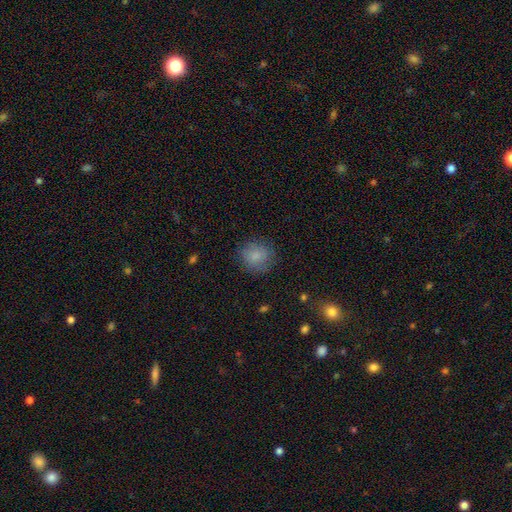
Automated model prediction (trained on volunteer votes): smooth 82%, star or artifact 9%, featured or disk 9%. Down the decision tree: how rounded — round (81%); merging — none (78%).